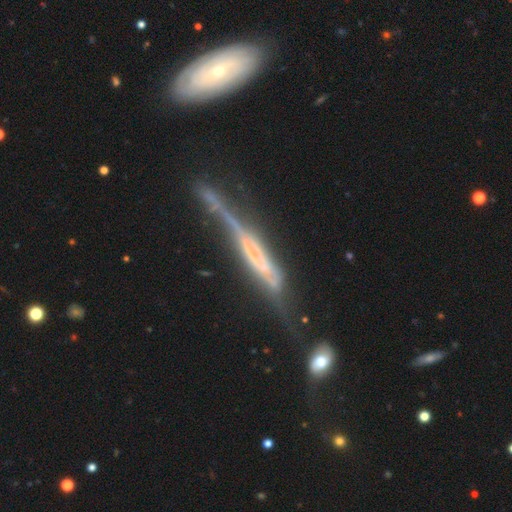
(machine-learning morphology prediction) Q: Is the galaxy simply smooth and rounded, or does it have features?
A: featured or disk — 72%.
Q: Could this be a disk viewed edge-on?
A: yes — 84%.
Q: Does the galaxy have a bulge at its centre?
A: none — 50%.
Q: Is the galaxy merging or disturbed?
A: none — 35%.